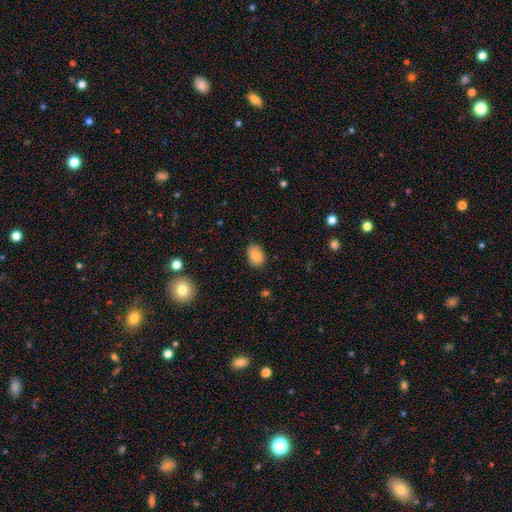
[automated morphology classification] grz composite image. It shows a smooth galaxy with no disk features (82%) that is in between round and cigar-shaped (76%). Merging: none (83%).